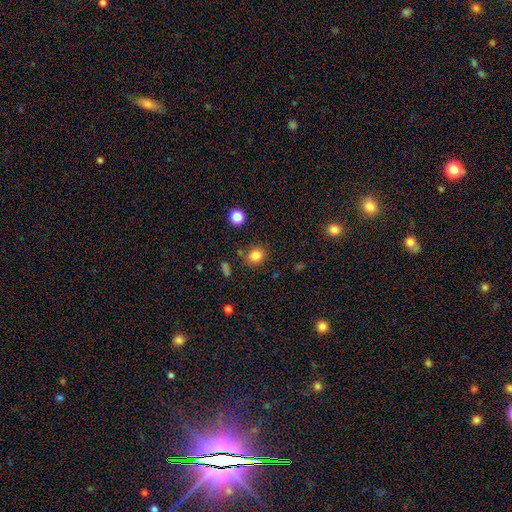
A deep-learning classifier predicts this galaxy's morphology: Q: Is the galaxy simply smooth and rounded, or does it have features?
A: smooth — 82%.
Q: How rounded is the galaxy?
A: round — 72%.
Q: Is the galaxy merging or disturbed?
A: none — 82%.